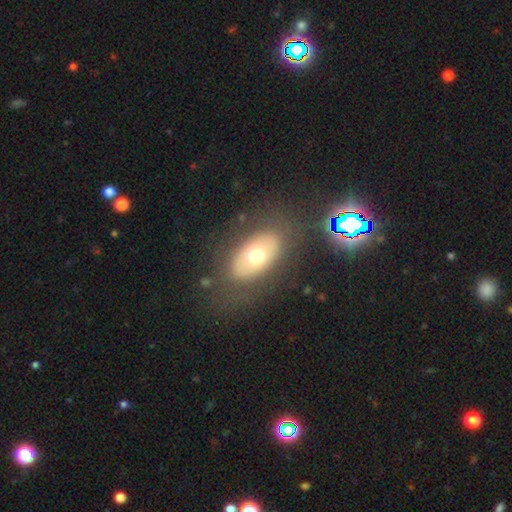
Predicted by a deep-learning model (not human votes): Overall: smooth (59%; featured or disk 32%). How rounded: in between (87%). Merging: none (78%).